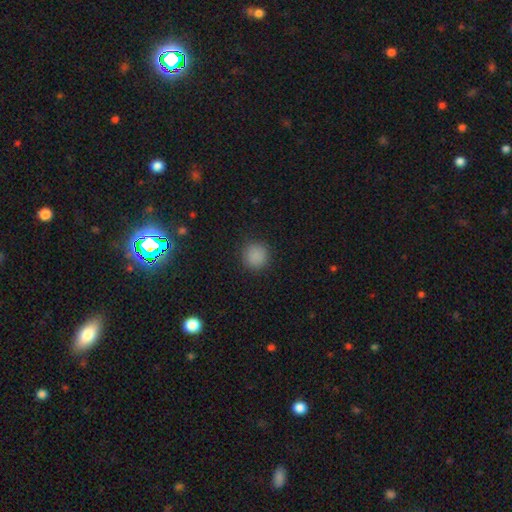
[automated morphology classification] type=smooth (86%); roundness=round (94%); merging=none (90%).